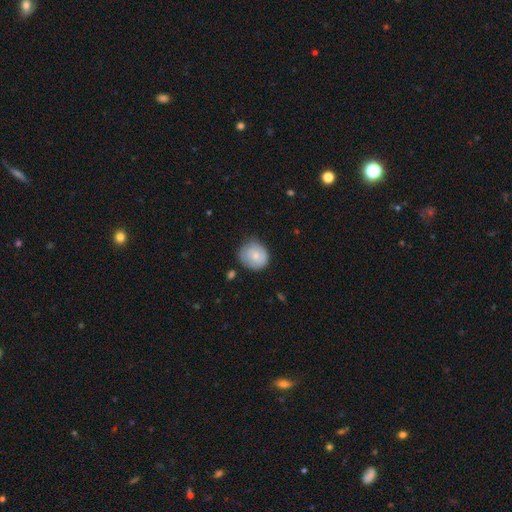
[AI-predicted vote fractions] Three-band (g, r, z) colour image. It shows a smooth galaxy with no disk features (76%) that is round (81%). Merging: none (69%).